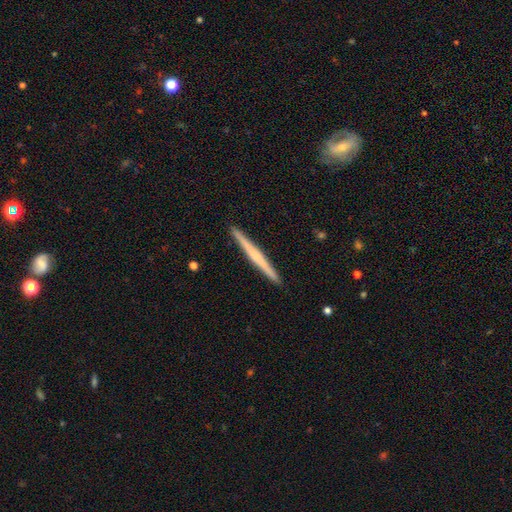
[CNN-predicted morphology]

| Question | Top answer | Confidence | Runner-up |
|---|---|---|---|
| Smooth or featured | featured or disk | 63% | smooth (32%) |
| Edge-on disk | yes | 98% | no (2%) |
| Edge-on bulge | rounded | 46% | none (44%) |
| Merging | none | 93% | minor disturbance (5%) |